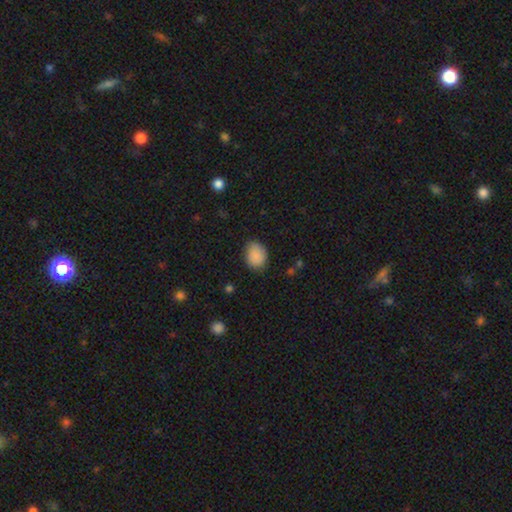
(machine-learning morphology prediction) type=smooth (88%); roundness=in between (58%); merging=none (77%).